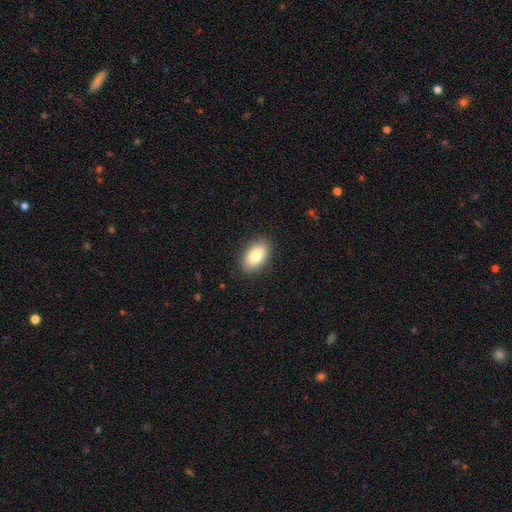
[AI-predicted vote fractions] Smooth or featured?
  - smooth: 84% *
  - featured or disk: 9%
  - star or artifact: 6%
How rounded?
  - in between: 93% *
  - round: 5%
  - cigar-shaped: 2%
Merging?
  - none: 87% *
  - minor disturbance: 9%
  - major disturbance: 2%
  - merger: 1%